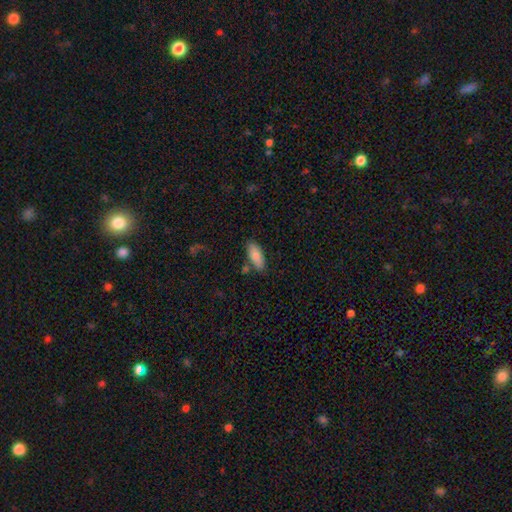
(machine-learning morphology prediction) Smooth or featured?
  - smooth: 82% *
  - featured or disk: 12%
  - star or artifact: 6%
How rounded?
  - in between: 84% *
  - cigar-shaped: 13%
  - round: 2%
Merging?
  - none: 76% *
  - minor disturbance: 14%
  - merger: 8%
  - major disturbance: 3%